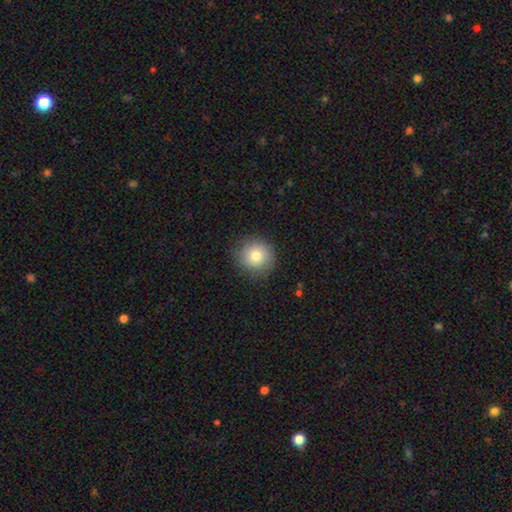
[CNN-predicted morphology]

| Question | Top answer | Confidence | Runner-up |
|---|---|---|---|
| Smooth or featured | smooth | 78% | featured or disk (13%) |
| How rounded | round | 93% | in between (6%) |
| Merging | none | 85% | minor disturbance (11%) |